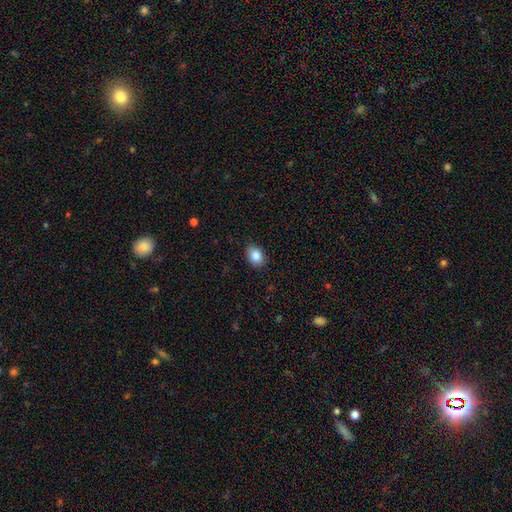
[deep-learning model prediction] Morphology: type=smooth (86%); roundness=in between (64%); merging=none (86%).